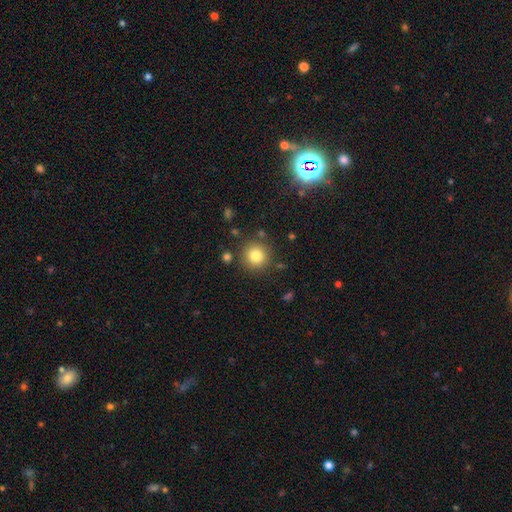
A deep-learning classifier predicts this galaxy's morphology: This appears to be a smooth galaxy with no disk features (81%) that is round (93%). Merging: none (85%).